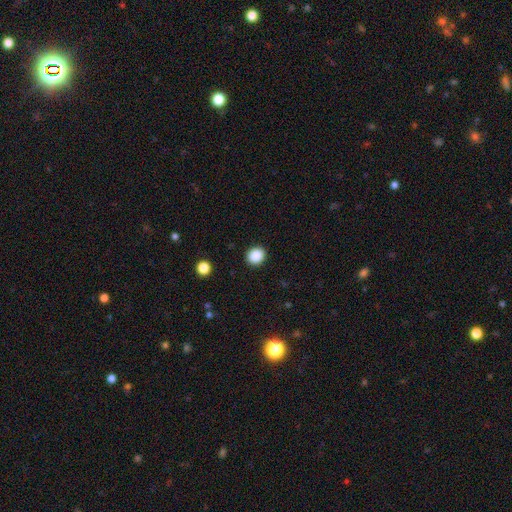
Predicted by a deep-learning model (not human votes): A smooth galaxy with no disk features (88%) that is round (84%).

Vote fractions:
- Smooth or featured? smooth: 88% / star or artifact: 10% / featured or disk: 3%
- How rounded? round: 84% / in between: 15% / cigar-shaped: 1%
- Merging? none: 92% / minor disturbance: 5% / major disturbance: 2% / merger: 1%